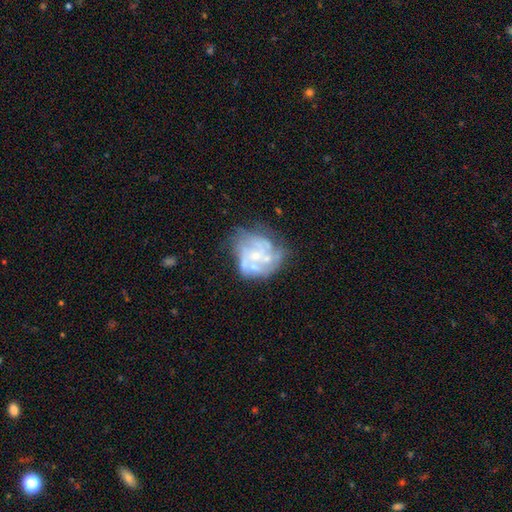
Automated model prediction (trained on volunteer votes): A featured or disk galaxy (75%) with no bar (81%), spiral arms (58%) and a small central bulge (59%).

Vote fractions:
- Smooth or featured? featured or disk: 75% / smooth: 16% / star or artifact: 9%
- Edge-on disk? no: 98% / yes: 2%
- Bar? no: 81% / weak: 16% / strong: 3%
- Spiral arms? yes: 58% / no: 42%
- Bulge size? small: 59% / moderate: 26% / none: 13% / large: 2% / dominant: 1%
- Merging? none: 46% / minor disturbance: 23% / major disturbance: 21% / merger: 11%